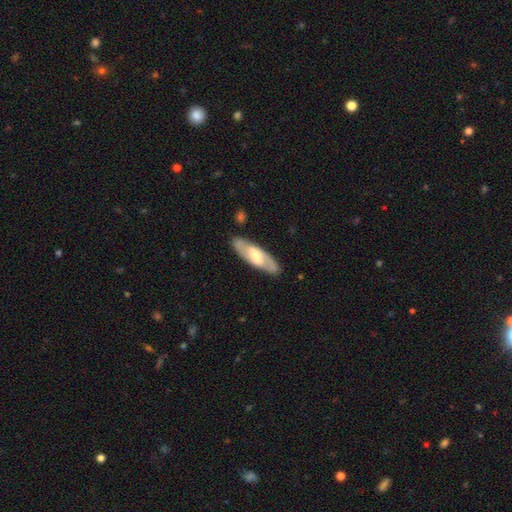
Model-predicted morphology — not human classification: featured or disk 64%, smooth 31%, star or artifact 5%. Down the decision tree: edge-on disk — no (80%); bar — weak (42%); spiral arms — yes (65%); bulge size — moderate (53%); merging — none (86%).